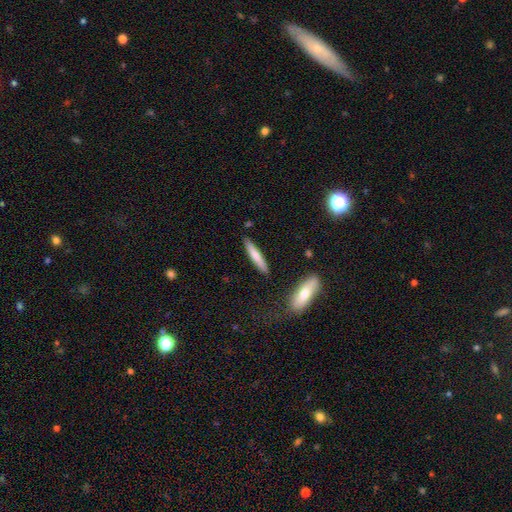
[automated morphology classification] This is likely a smooth galaxy (71%). How rounded: clearly cigar-shaped (90%). Merging: clearly none (87%).